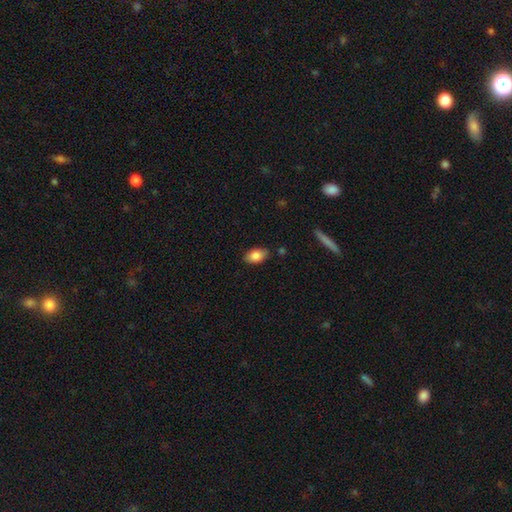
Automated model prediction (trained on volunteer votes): The model was most divided on "merging": none: 81%, minor disturbance: 14%, major disturbance: 3%, merger: 3%. More confident: how rounded — in between (91%); smooth or featured — smooth (84%).